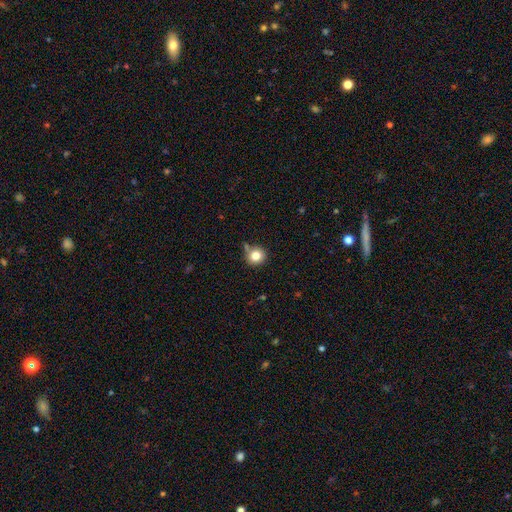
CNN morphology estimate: Overall: smooth (81%). How rounded: round (91%). Merging: none (75%).